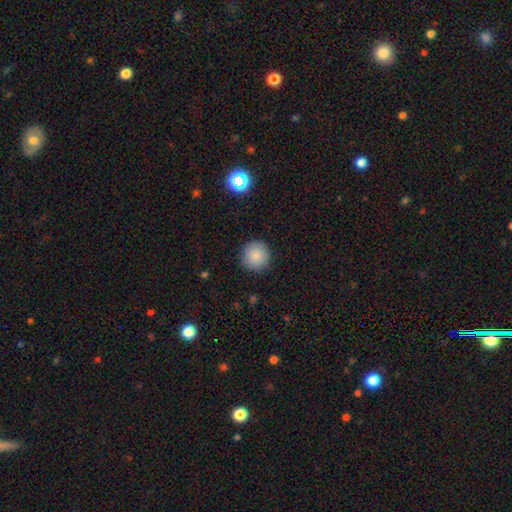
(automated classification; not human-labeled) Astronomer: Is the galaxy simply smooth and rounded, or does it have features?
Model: smooth — 85%.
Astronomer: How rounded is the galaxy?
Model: round — 94%.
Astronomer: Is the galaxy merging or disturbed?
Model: none — 89%.